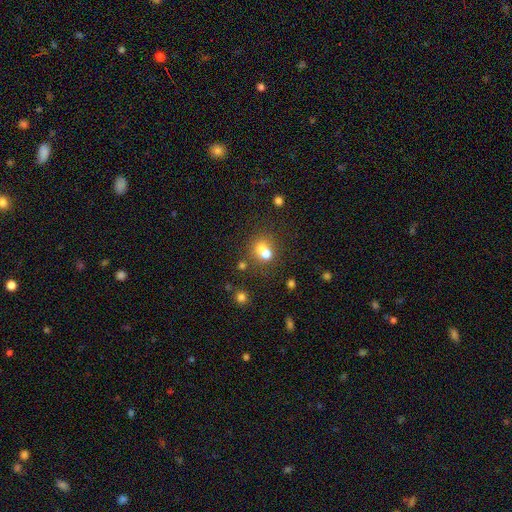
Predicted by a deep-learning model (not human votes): Overall: smooth (64%; star or artifact 29%). How rounded: round (64%; in between 34%). Merging: none (78%).